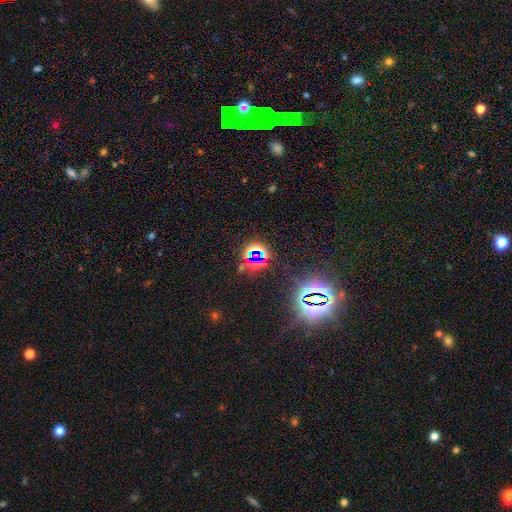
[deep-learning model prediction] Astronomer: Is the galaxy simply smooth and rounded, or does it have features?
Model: star or artifact — 71%.